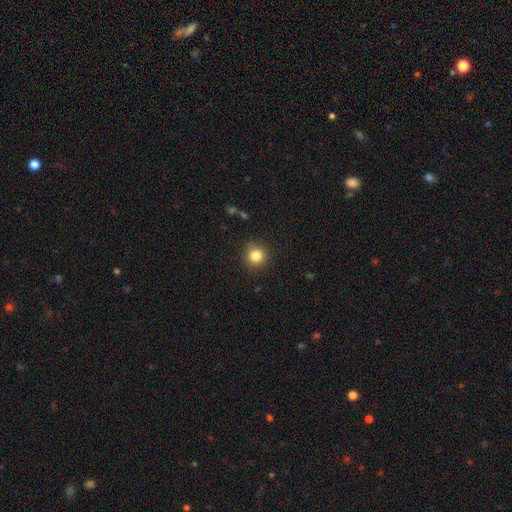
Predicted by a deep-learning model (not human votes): smooth-or-featured: smooth: 84% | star or artifact: 11% | featured or disk: 5%
  how-rounded: round: 93% | in between: 6% | cigar-shaped: 1%
  merging: none: 90% | minor disturbance: 7% | major disturbance: 2% | merger: 1%